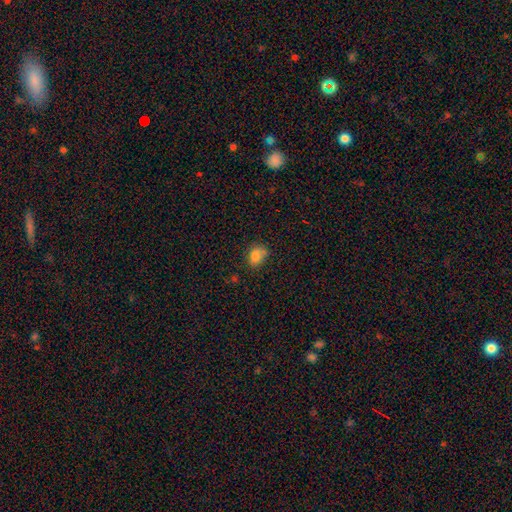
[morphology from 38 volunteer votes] This appears to be a smooth galaxy with no disk features (89%) that is in between round and cigar-shaped (53%). Merging: none (53%).